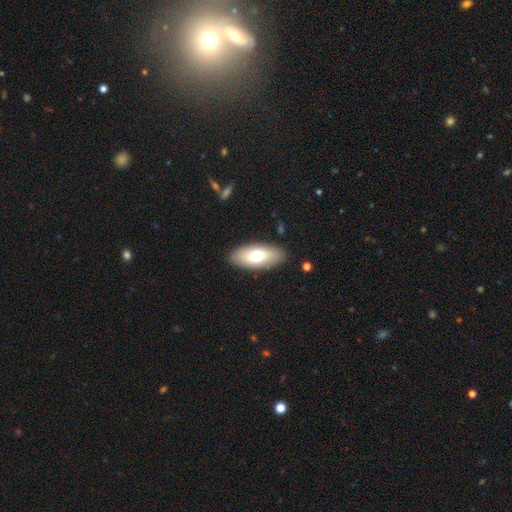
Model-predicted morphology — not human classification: smooth 67%, featured or disk 26%, star or artifact 7%. Down the decision tree: how rounded — in between (86%); merging — none (89%).